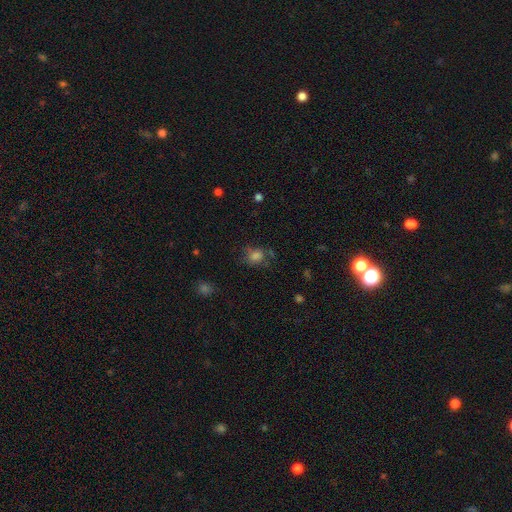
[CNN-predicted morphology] Q: Smooth or featured?
A: smooth (68%); runner-up: star or artifact (18%)
Q: How rounded?
A: in between (50%); runner-up: round (48%)
Q: Merging?
A: none (57%); runner-up: minor disturbance (23%)